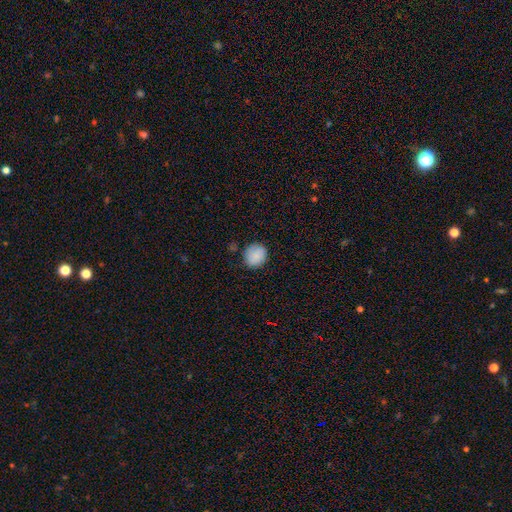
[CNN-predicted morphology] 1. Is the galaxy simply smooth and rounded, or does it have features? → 87% smooth, 8% star or artifact, 5% featured or disk.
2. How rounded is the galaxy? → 79% round, 20% in between, 1% cigar-shaped.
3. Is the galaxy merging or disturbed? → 80% none, 15% minor disturbance, 3% major disturbance, 2% merger.